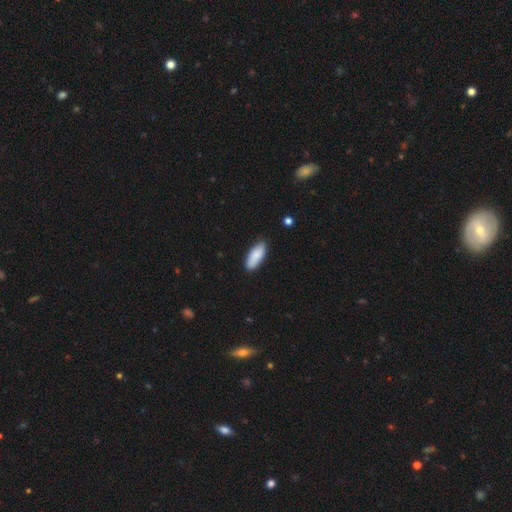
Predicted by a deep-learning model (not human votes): This is clearly a smooth galaxy (87%). How rounded: likely in between (79%). Merging: clearly none (83%).